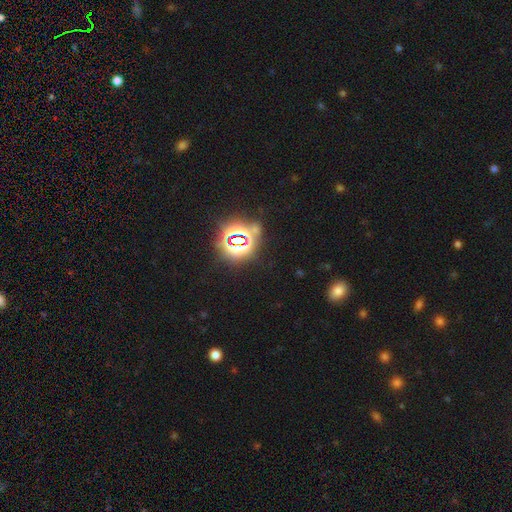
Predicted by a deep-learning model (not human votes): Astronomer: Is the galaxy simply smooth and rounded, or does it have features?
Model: star or artifact — 80%.